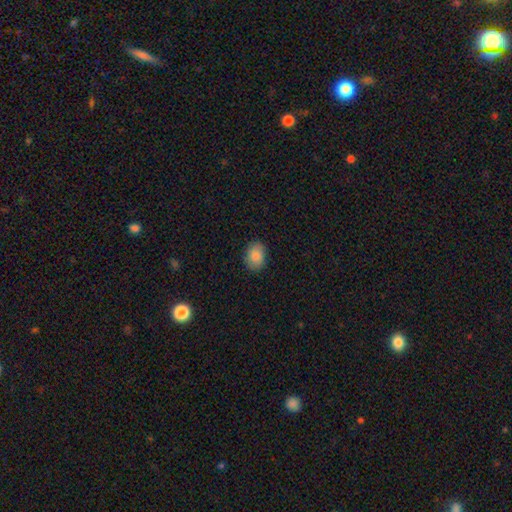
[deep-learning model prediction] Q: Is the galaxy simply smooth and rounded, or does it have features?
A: smooth — 87%.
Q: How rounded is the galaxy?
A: in between — 67%.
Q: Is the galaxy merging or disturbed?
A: none — 87%.